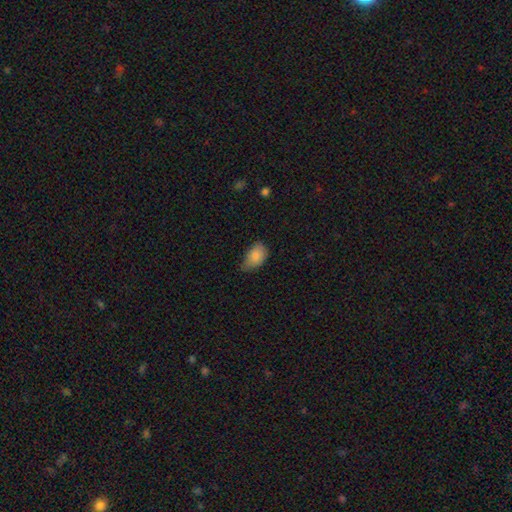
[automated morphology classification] smooth 82%, featured or disk 10%, star or artifact 8%. Down the decision tree: how rounded — in between (88%); merging — minor disturbance (46%).